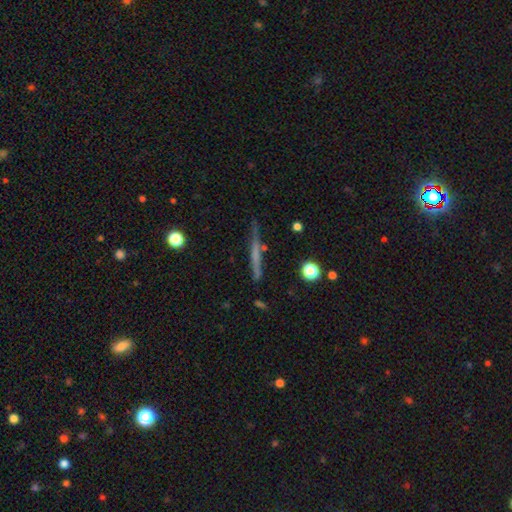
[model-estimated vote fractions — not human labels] Q: Smooth or featured?
A: featured or disk (46%); runner-up: smooth (45%)
Q: Merging?
A: none (81%); runner-up: minor disturbance (13%)